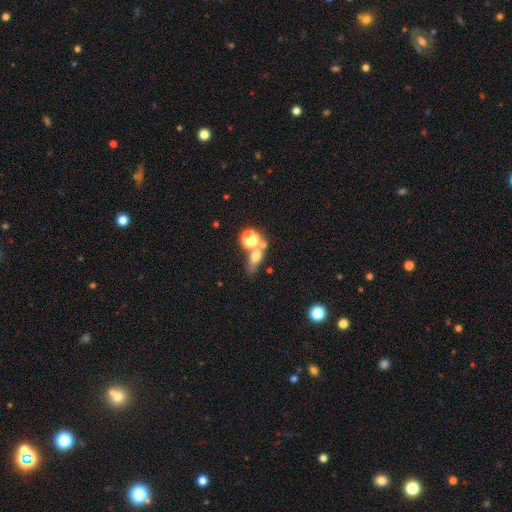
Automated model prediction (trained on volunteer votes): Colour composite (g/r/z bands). It shows a smooth galaxy with no disk features (59%) that is in between round and cigar-shaped (50%). Merging: none (42%).